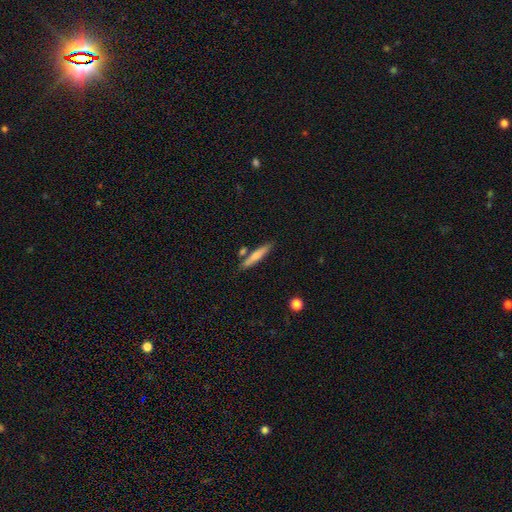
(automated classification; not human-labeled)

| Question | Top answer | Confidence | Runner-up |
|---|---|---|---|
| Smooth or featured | smooth | 66% | featured or disk (28%) |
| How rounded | cigar-shaped | 90% | in between (8%) |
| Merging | none | 77% | minor disturbance (12%) |